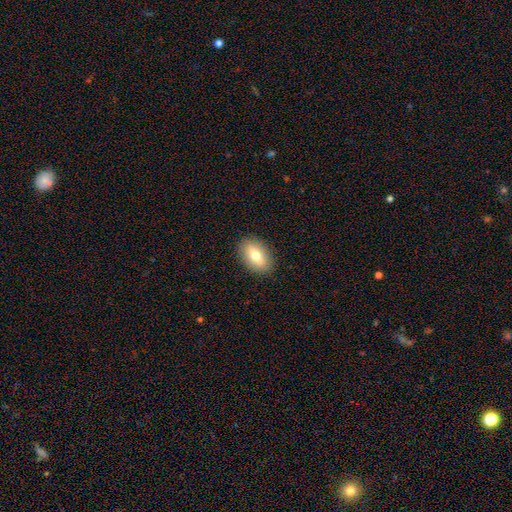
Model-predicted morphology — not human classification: This appears to be a smooth galaxy with no disk features (72%) that is in between round and cigar-shaped (90%). Merging: none (88%).